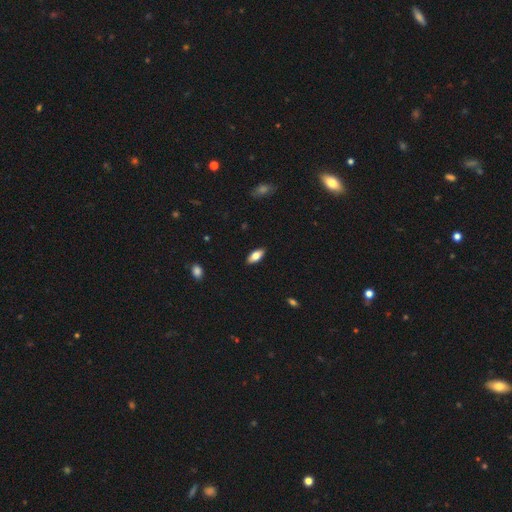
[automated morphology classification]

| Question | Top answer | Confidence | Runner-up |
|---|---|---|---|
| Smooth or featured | smooth | 73% | featured or disk (21%) |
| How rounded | in between | 85% | cigar-shaped (13%) |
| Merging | none | 89% | minor disturbance (8%) |